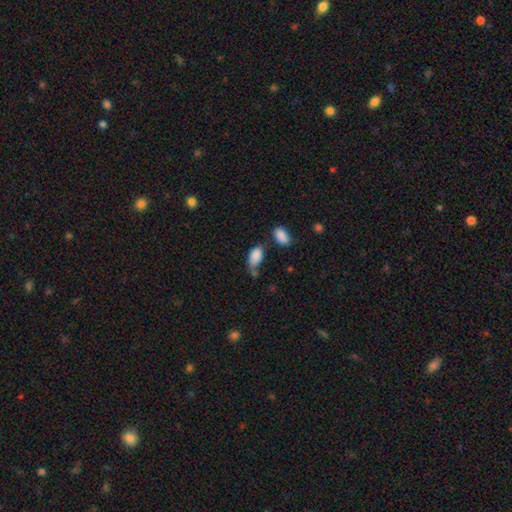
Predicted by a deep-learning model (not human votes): The model was most divided on "merging": none: 48%, minor disturbance: 26%, merger: 18%, major disturbance: 9%. More confident: how rounded — in between (94%); smooth or featured — smooth (87%).